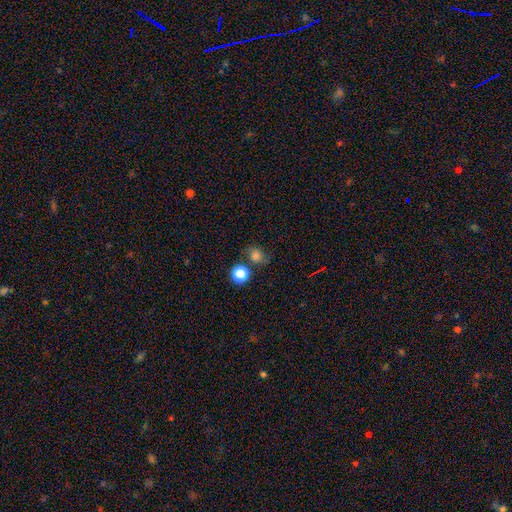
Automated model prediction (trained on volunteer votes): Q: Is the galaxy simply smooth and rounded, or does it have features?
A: smooth — 74%.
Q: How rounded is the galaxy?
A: round — 73%.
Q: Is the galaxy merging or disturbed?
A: none — 62%.